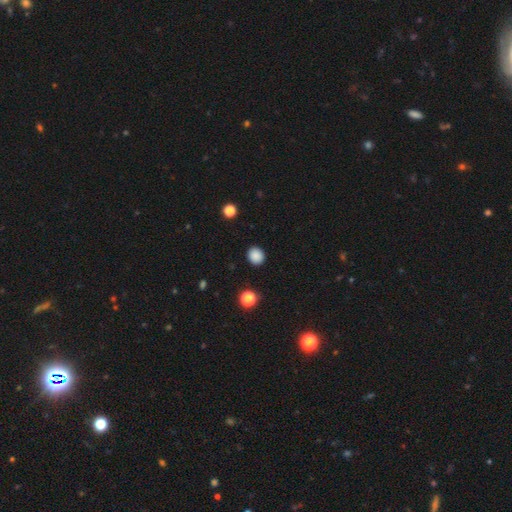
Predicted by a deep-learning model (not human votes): This is clearly a smooth galaxy (87%). How rounded: likely round (78%). Merging: clearly none (91%).